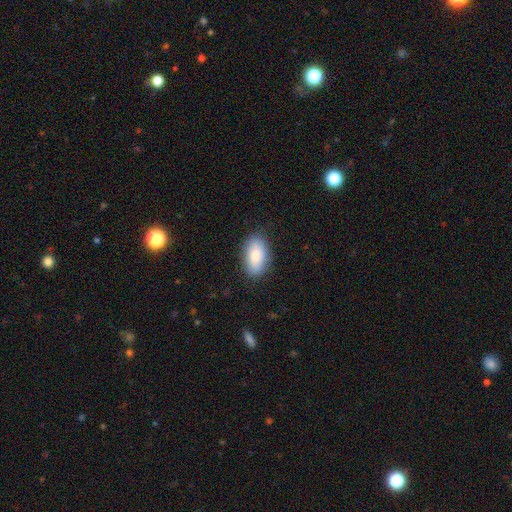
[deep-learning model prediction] Morphology: type=smooth (83%); roundness=in between (93%); merging=none (83%).